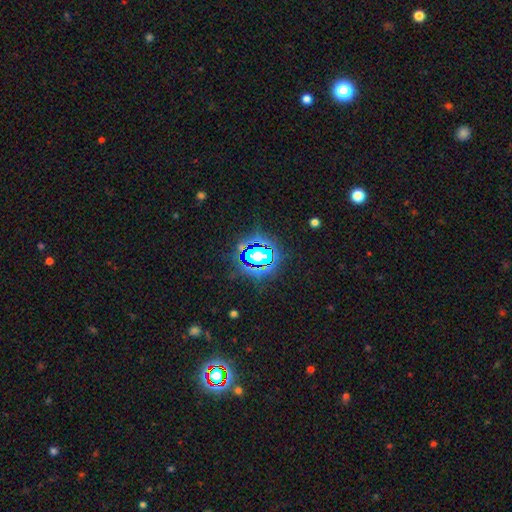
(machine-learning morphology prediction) Smooth or featured? Predicted: star or artifact (p=0.71).